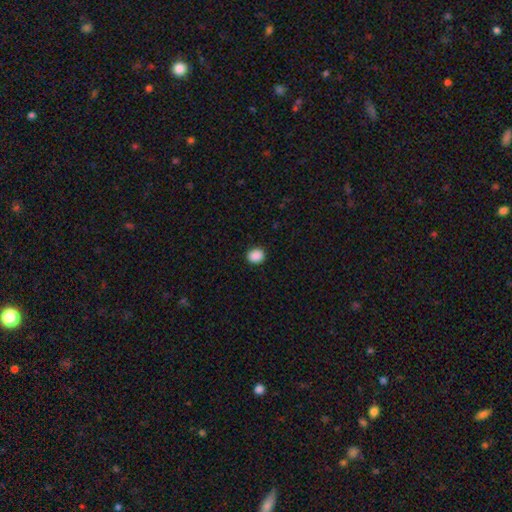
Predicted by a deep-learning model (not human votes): smooth_or_featured: smooth (p=0.89) [alt: star or artifact p=0.09]
how_rounded: round (p=0.67) [alt: in between p=0.32]
merging: none (p=0.91) [alt: minor disturbance p=0.07]